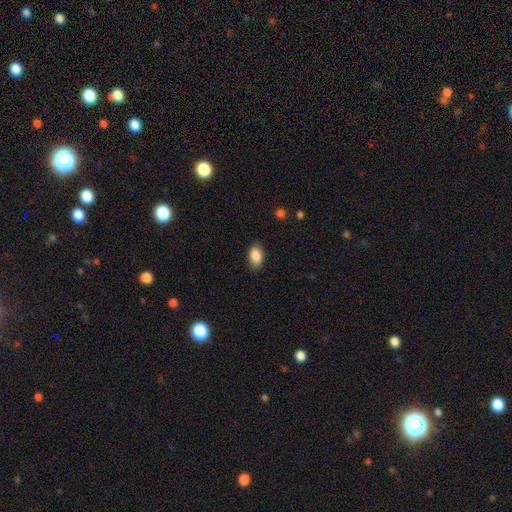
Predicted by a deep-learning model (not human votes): smooth_or_featured: smooth (p=0.88) [alt: star or artifact p=0.07]
how_rounded: in between (p=0.89) [alt: round p=0.09]
merging: none (p=0.80) [alt: minor disturbance p=0.16]